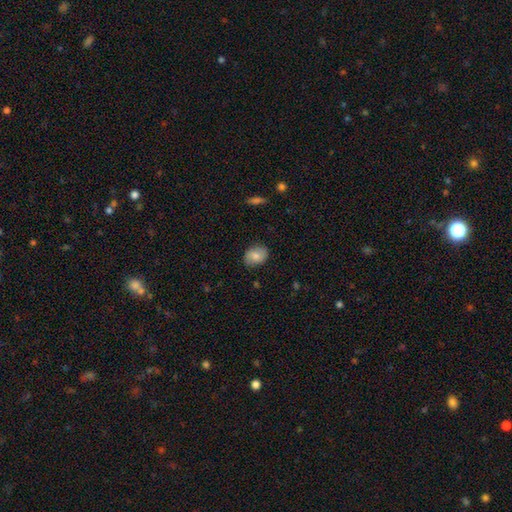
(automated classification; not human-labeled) This appears to be a smooth galaxy with no disk features (75%) that is in between round and cigar-shaped (63%). Merging: none (80%).